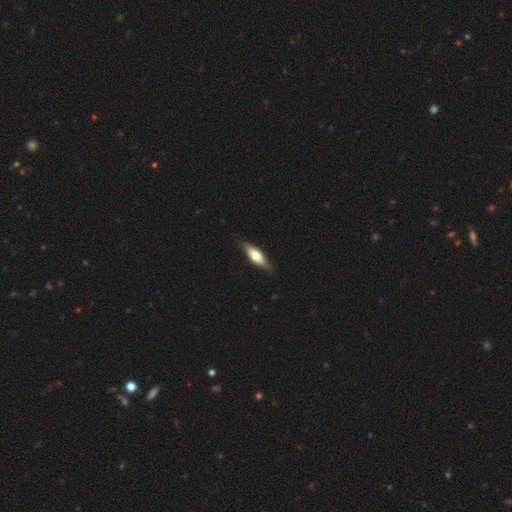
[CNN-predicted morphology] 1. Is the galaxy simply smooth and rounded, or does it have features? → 51% smooth, 43% featured or disk, 6% star or artifact.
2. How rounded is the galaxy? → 51% in between, 46% cigar-shaped, 3% round.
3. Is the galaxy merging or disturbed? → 83% none, 14% minor disturbance, 3% major disturbance, 1% merger.